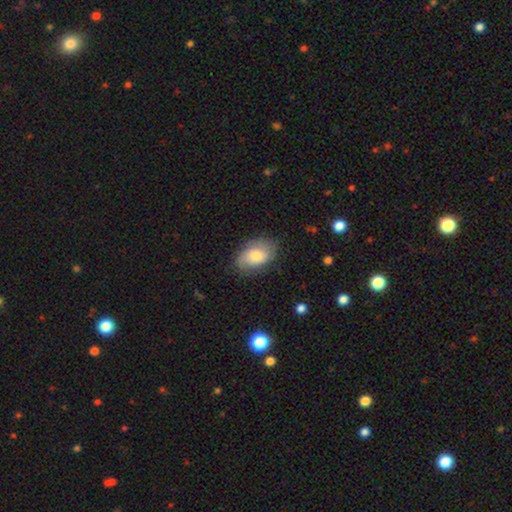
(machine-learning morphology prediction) smooth-or-featured: smooth: 70% | featured or disk: 23% | star or artifact: 7%
  how-rounded: in between: 90% | round: 8% | cigar-shaped: 1%
  merging: none: 73% | minor disturbance: 21% | major disturbance: 5% | merger: 1%